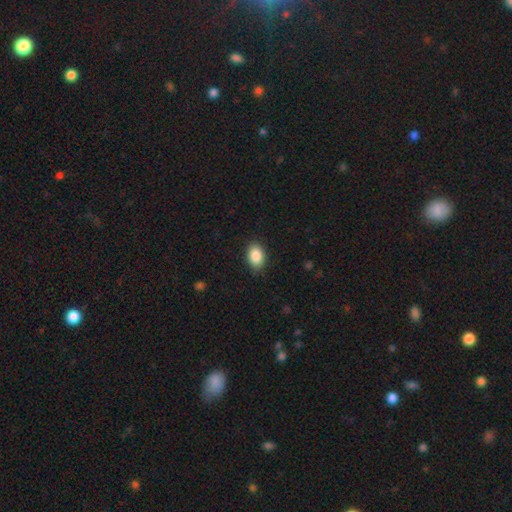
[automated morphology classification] smooth 87%, star or artifact 8%, featured or disk 5%. Down the decision tree: how rounded — in between (85%); merging — none (87%).